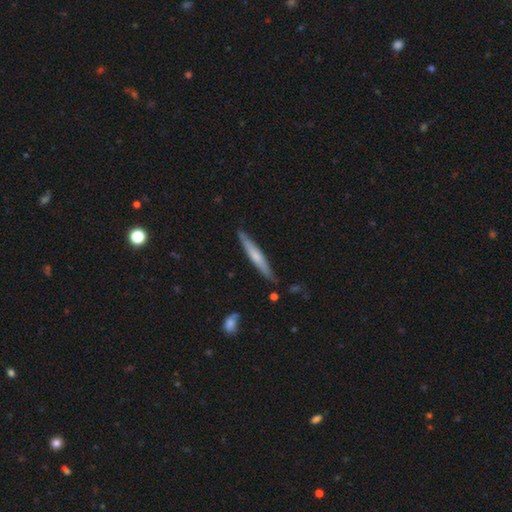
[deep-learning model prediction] Smooth or featured: smooth — 52% (featured or disk — 42%)
How rounded: cigar-shaped — 95% (in between — 4%)
Merging: none — 84% (minor disturbance — 12%)